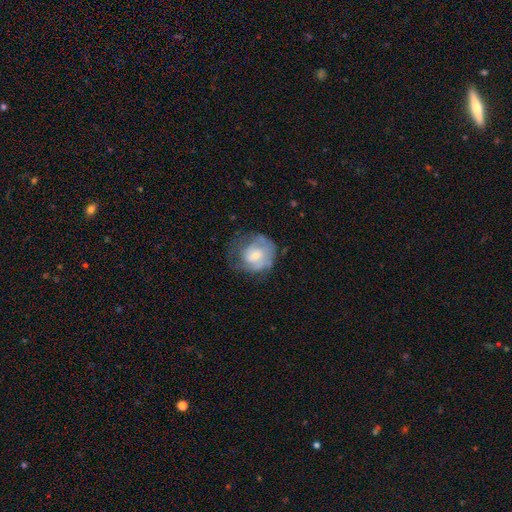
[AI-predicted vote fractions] Smooth or featured? Predicted: featured or disk (p=0.55). Edge-on disk? Predicted: no (p=0.97). Bar? Predicted: no (p=0.67). Spiral arms? Predicted: yes (p=0.67). Bulge size? Predicted: small (p=0.54). Merging? Predicted: none (p=0.48).